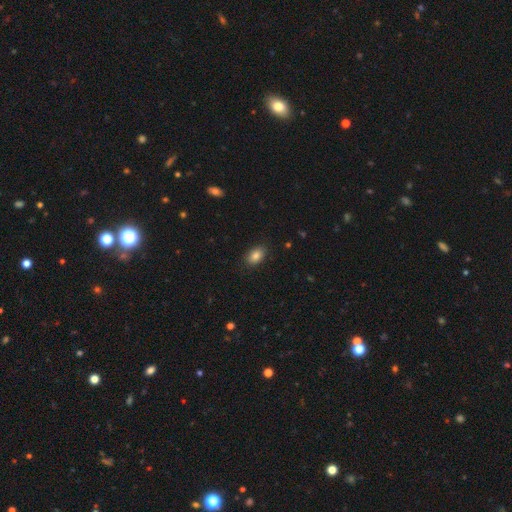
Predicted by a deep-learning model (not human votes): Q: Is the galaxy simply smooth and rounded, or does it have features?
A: smooth — 85%.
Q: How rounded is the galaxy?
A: in between — 86%.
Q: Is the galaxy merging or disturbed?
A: none — 88%.